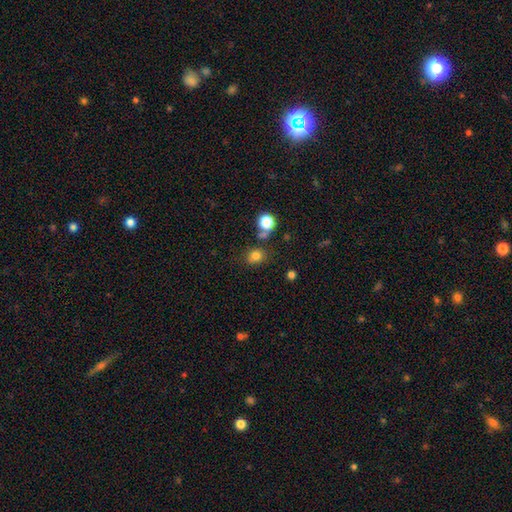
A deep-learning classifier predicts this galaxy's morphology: Smooth or featured? smooth (79%)
How rounded? round (70%)
Merging? none (72%)